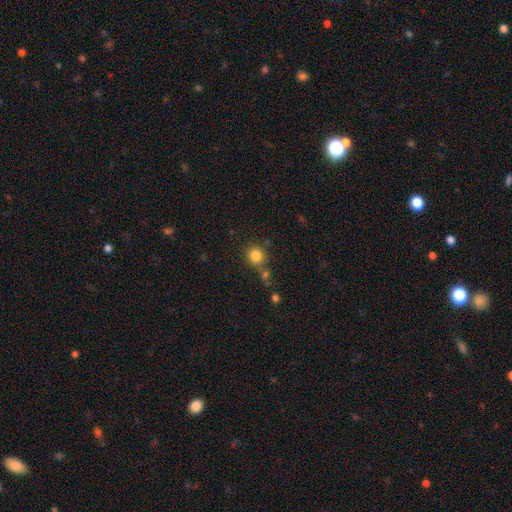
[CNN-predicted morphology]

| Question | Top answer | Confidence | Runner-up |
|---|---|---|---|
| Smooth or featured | smooth | 83% | star or artifact (12%) |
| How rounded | round | 90% | in between (9%) |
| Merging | none | 74% | merger (13%) |